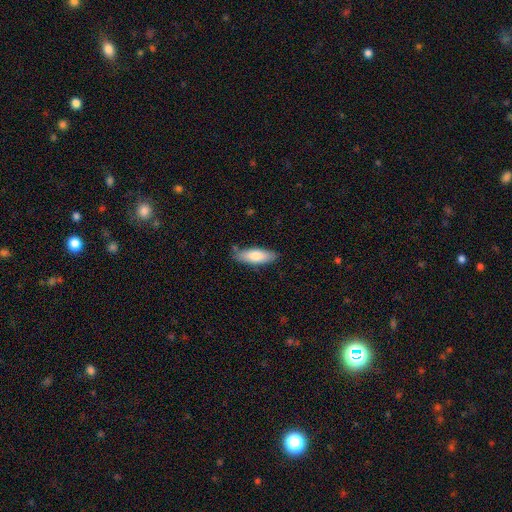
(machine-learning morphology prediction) Smooth or featured: smooth — 77% (featured or disk — 17%)
How rounded: in between — 63% (cigar-shaped — 35%)
Merging: none — 80% (minor disturbance — 15%)